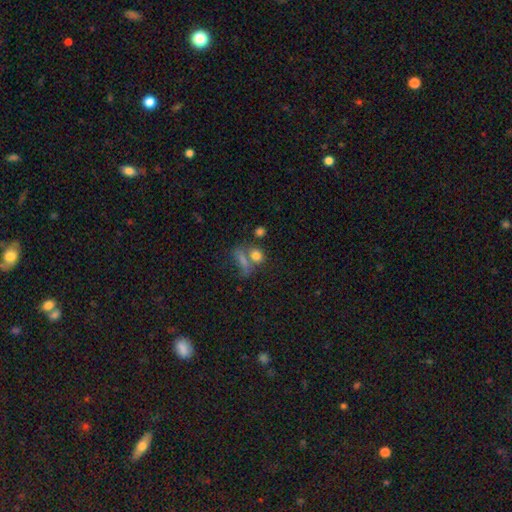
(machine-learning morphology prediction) Smooth or featured? smooth (75%)
How rounded? round (48%)
Merging? none (42%)